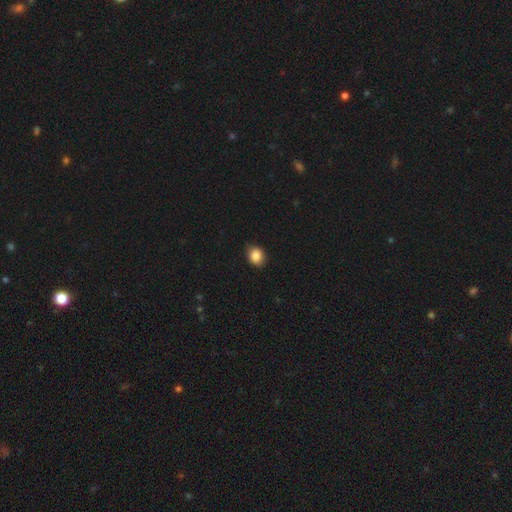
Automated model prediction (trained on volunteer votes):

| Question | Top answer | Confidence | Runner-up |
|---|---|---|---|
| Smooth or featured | smooth | 87% | star or artifact (9%) |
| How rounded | round | 58% | in between (41%) |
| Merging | none | 85% | minor disturbance (12%) |